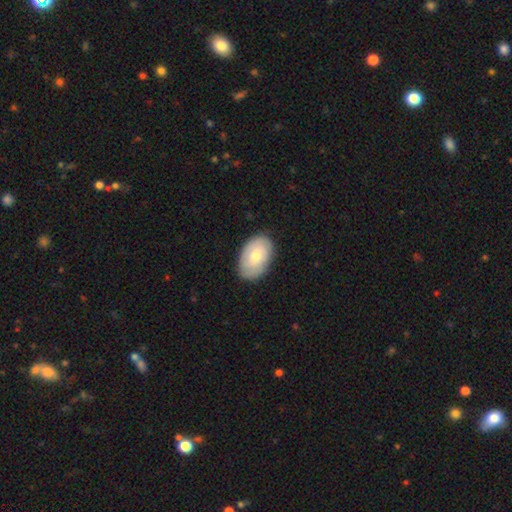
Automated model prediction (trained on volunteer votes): The model was most divided on "smooth or featured": smooth: 61%, featured or disk: 34%, star or artifact: 6%. More confident: how rounded — in between (90%); merging — none (82%).